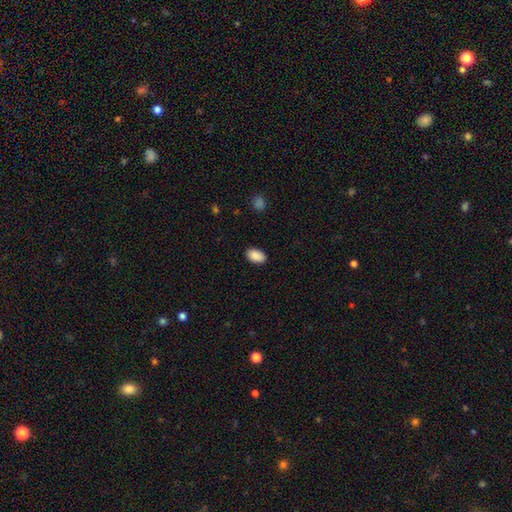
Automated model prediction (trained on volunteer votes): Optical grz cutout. It shows a smooth galaxy with no disk features (90%) that is in between round and cigar-shaped (93%). Merging: none (88%).